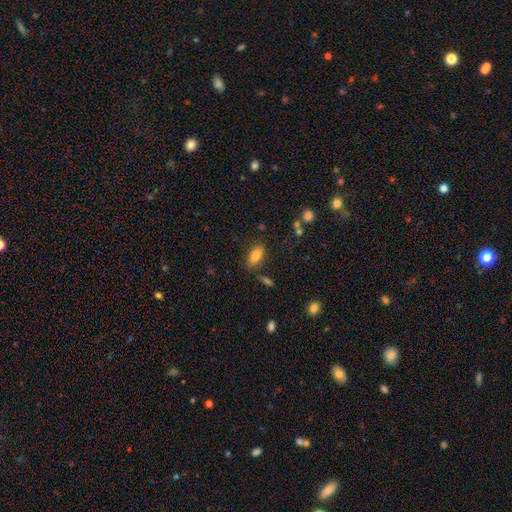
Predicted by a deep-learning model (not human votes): A smooth galaxy with no disk features (82%) that is in between round and cigar-shaped (88%).

Vote fractions:
- Smooth or featured? smooth: 82% / star or artifact: 9% / featured or disk: 9%
- How rounded? in between: 88% / cigar-shaped: 9% / round: 4%
- Merging? none: 75% / minor disturbance: 15% / merger: 5% / major disturbance: 5%